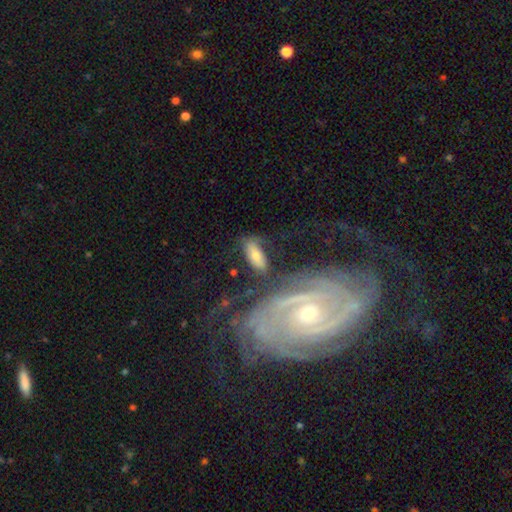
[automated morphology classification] Smooth or featured? smooth (61%)
How rounded? in between (75%)
Merging? none (63%)